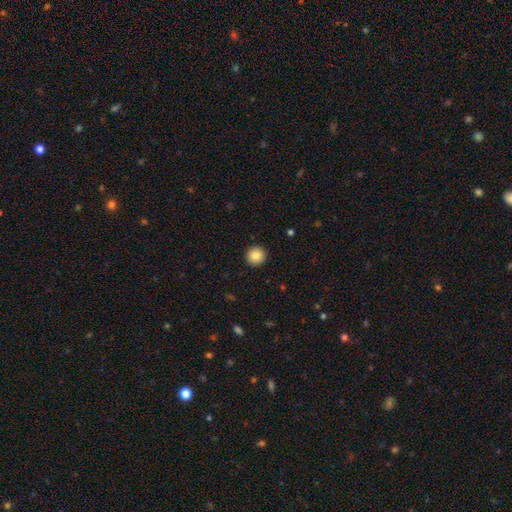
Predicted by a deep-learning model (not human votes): Smooth or featured: smooth — 87% (star or artifact — 9%)
How rounded: round — 94% (in between — 5%)
Merging: none — 93% (minor disturbance — 5%)